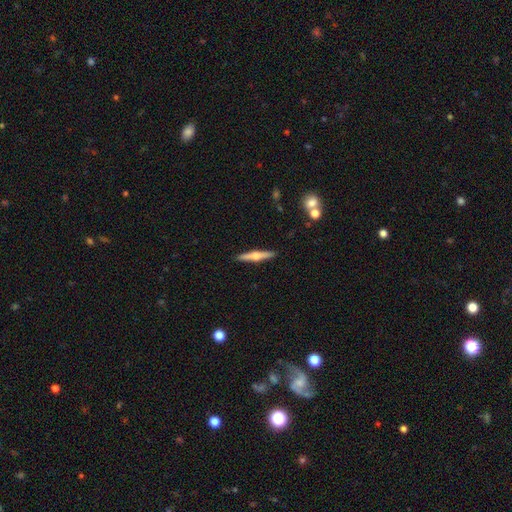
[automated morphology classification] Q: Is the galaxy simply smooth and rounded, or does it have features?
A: featured or disk — 61%.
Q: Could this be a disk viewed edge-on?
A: yes — 97%.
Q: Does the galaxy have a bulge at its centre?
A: rounded — 91%.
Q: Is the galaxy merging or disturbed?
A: none — 91%.